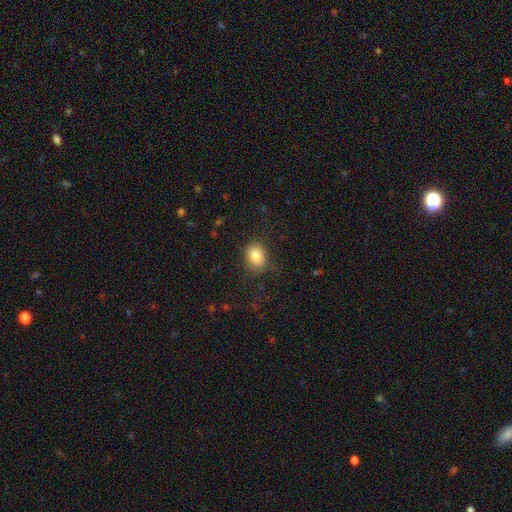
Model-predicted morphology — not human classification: This is clearly a smooth galaxy (82%). How rounded: possibly round (51%). Merging: clearly none (81%).